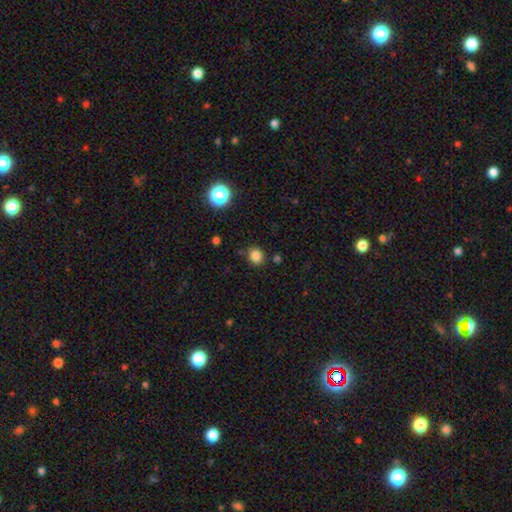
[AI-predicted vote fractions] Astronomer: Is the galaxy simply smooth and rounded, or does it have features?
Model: smooth — 83%.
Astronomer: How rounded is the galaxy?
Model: round — 79%.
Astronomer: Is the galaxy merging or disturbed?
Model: none — 83%.